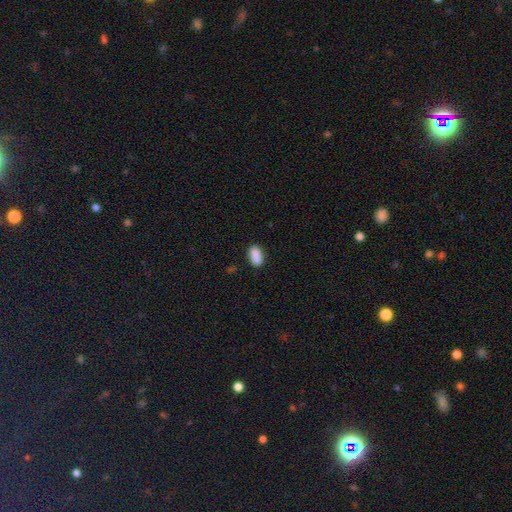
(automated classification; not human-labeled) Smooth or featured? smooth (87%)
How rounded? in between (87%)
Merging? none (75%)